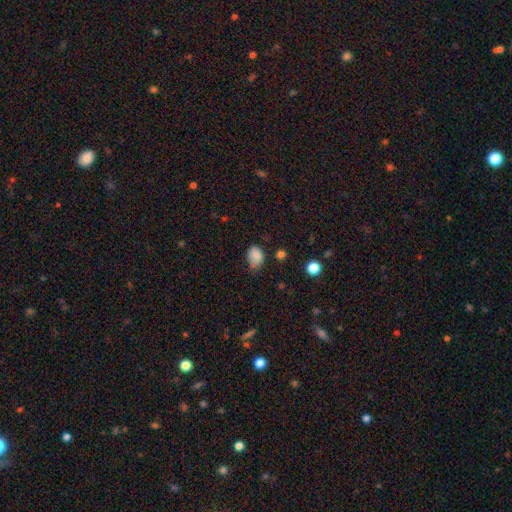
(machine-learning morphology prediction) type=smooth (84%); roundness=in between (75%); merging=none (54%).